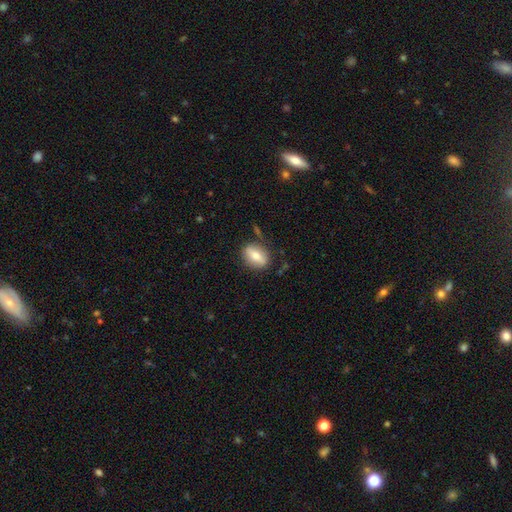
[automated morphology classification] The model was most divided on "smooth or featured": smooth: 65%, featured or disk: 27%, star or artifact: 7%. More confident: merging — none (79%); how rounded — in between (74%).